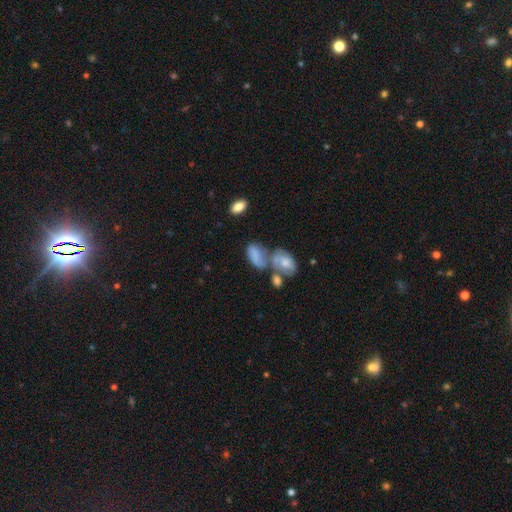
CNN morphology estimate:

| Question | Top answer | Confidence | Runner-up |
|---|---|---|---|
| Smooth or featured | smooth | 64% | featured or disk (26%) |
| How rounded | in between | 89% | round (7%) |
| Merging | merger | 44% | none (22%) |